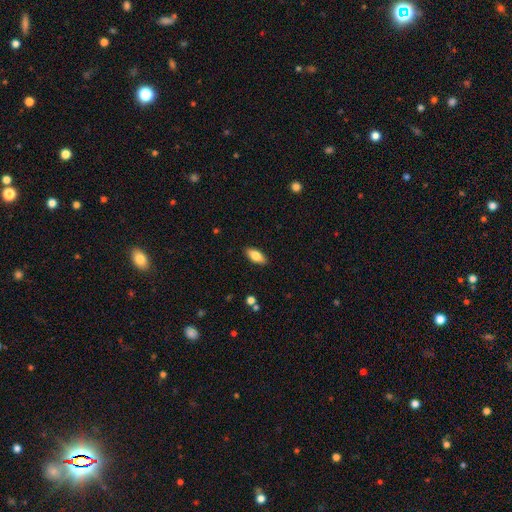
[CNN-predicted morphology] Smooth or featured?
  - smooth: 79% *
  - featured or disk: 14%
  - star or artifact: 7%
How rounded?
  - in between: 84% *
  - cigar-shaped: 14%
  - round: 2%
Merging?
  - none: 89% *
  - minor disturbance: 8%
  - major disturbance: 2%
  - merger: 1%